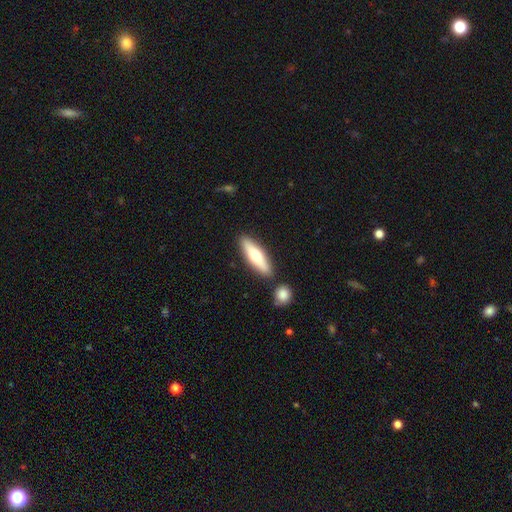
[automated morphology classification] smooth 58%, featured or disk 37%, star or artifact 5%. Down the decision tree: how rounded — cigar-shaped (65%); merging — none (83%).